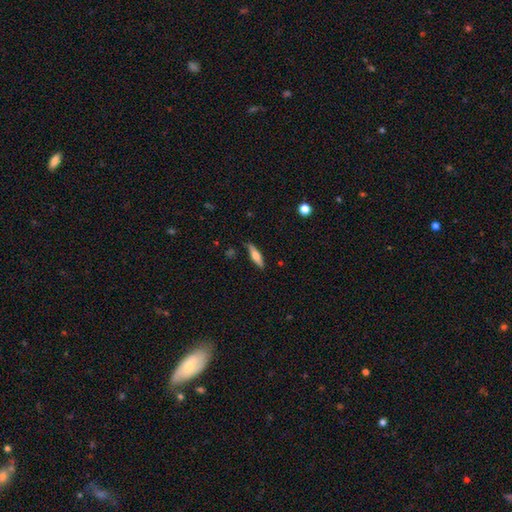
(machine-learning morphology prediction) Overall: smooth (52%; featured or disk 42%). How rounded: cigar-shaped (69%; in between 29%). Merging: none (85%).